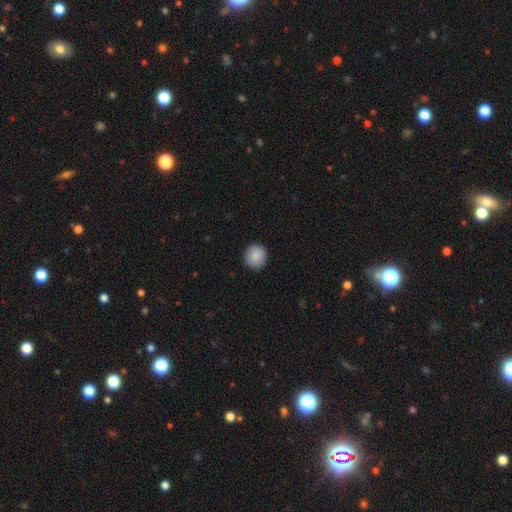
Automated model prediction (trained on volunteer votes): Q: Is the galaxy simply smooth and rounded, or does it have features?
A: smooth — 88%.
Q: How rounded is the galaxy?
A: round — 90%.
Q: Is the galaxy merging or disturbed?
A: none — 91%.